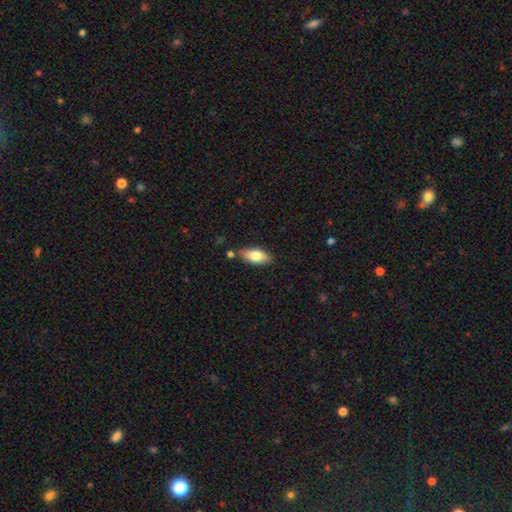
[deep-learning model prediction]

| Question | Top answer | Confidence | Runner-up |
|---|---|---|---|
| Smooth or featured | smooth | 74% | featured or disk (19%) |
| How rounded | in between | 85% | cigar-shaped (12%) |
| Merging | none | 78% | minor disturbance (14%) |